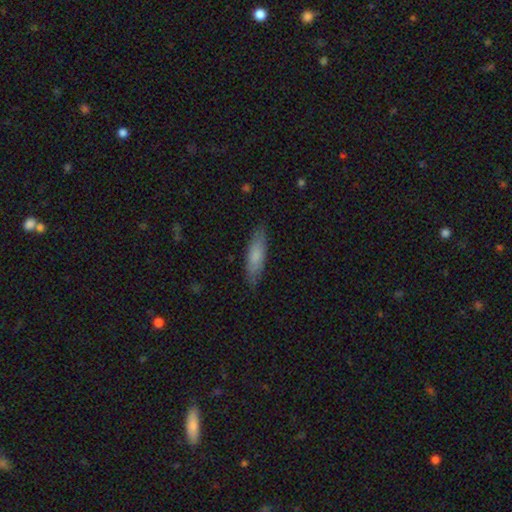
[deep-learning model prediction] smooth-or-featured: smooth: 75% | featured or disk: 19% | star or artifact: 6%
  how-rounded: cigar-shaped: 64% | in between: 35% | round: 2%
  merging: none: 83% | minor disturbance: 13% | major disturbance: 2% | merger: 1%